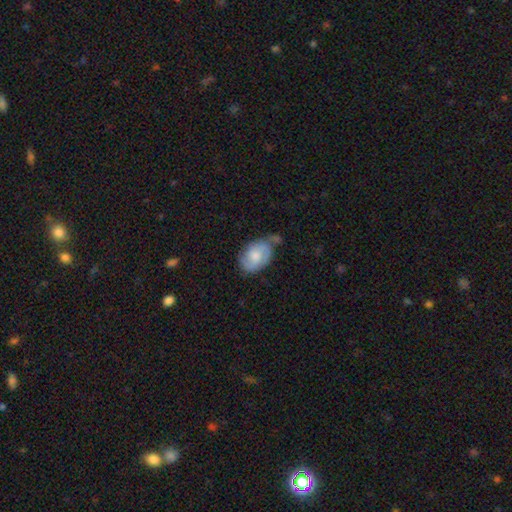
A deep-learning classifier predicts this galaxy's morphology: Smooth or featured? smooth (49%)
Merging? none (45%)